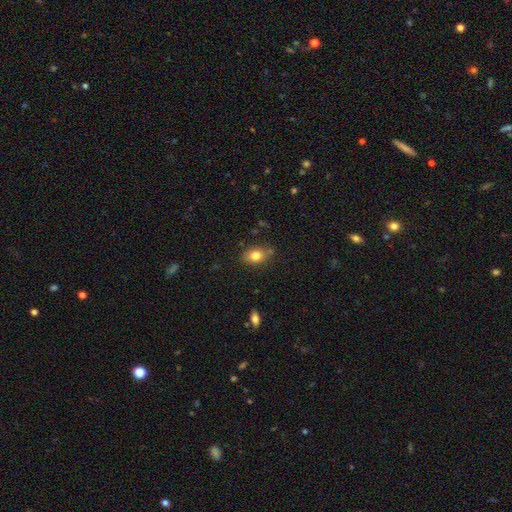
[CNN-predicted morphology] smooth_or_featured: smooth (p=0.81) [alt: featured or disk p=0.10]
how_rounded: in between (p=0.76) [alt: round p=0.22]
merging: none (p=0.76) [alt: minor disturbance p=0.17]